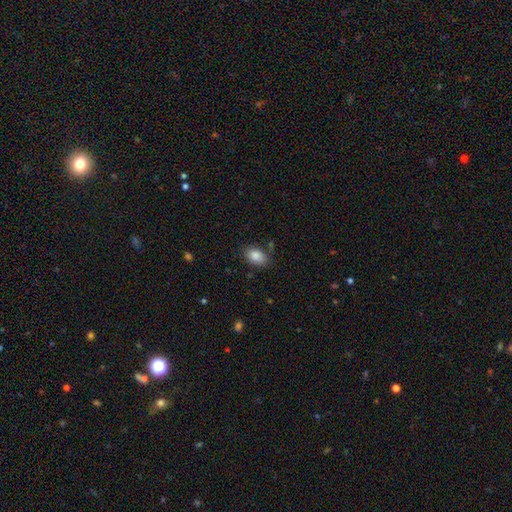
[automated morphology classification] type=smooth (86%); roundness=in between (87%); merging=none (80%).